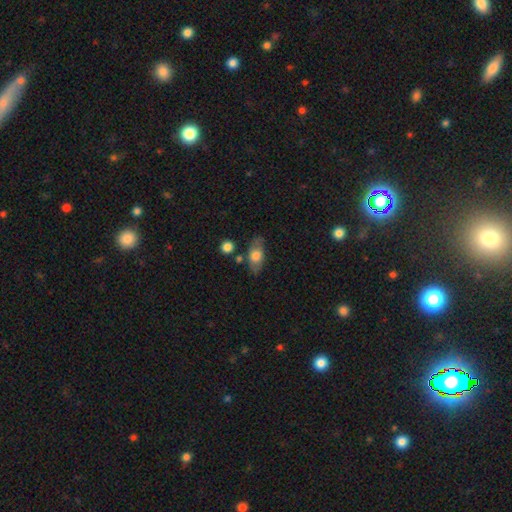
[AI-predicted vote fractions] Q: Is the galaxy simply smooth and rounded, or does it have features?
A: smooth — 64%.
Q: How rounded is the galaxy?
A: in between — 83%.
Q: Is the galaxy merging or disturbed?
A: none — 72%.